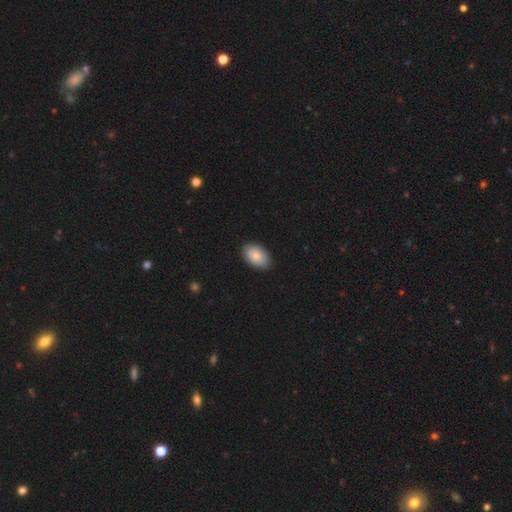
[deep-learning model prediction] Smooth or featured? smooth (81%)
How rounded? in between (92%)
Merging? none (86%)